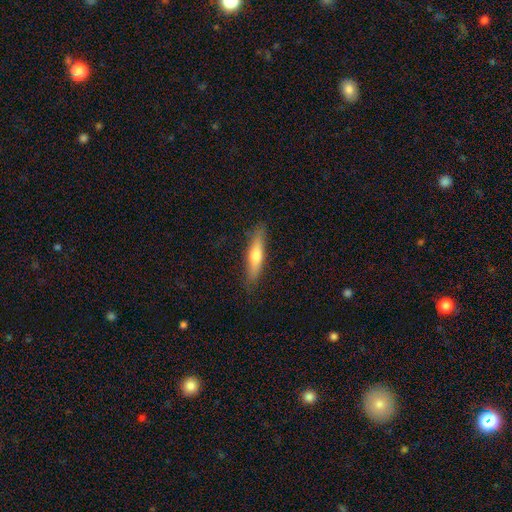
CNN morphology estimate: Smooth or featured?
  - smooth: 57% *
  - featured or disk: 37%
  - star or artifact: 6%
How rounded?
  - cigar-shaped: 79% *
  - in between: 19%
  - round: 2%
Merging?
  - none: 85% *
  - minor disturbance: 11%
  - major disturbance: 3%
  - merger: 1%